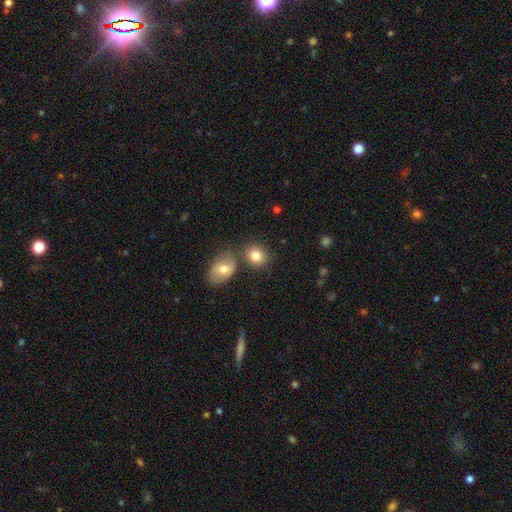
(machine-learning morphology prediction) smooth_or_featured: smooth (p=0.81) [alt: featured or disk p=0.09]
how_rounded: round (p=0.62) [alt: in between p=0.37]
merging: none (p=0.65) [alt: merger p=0.22]